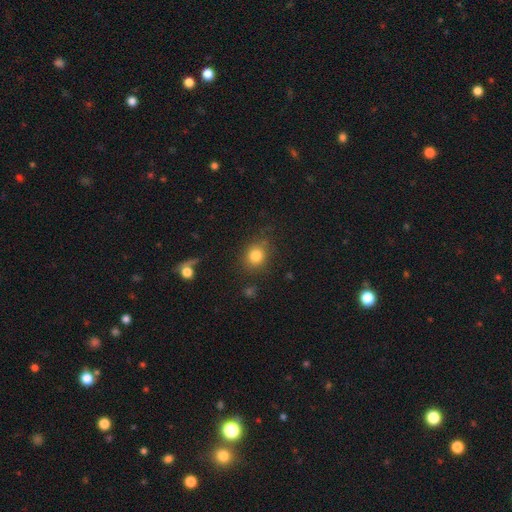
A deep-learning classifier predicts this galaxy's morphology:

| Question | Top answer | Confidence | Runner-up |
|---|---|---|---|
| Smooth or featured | smooth | 82% | star or artifact (11%) |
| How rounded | round | 70% | in between (29%) |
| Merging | none | 78% | minor disturbance (14%) |